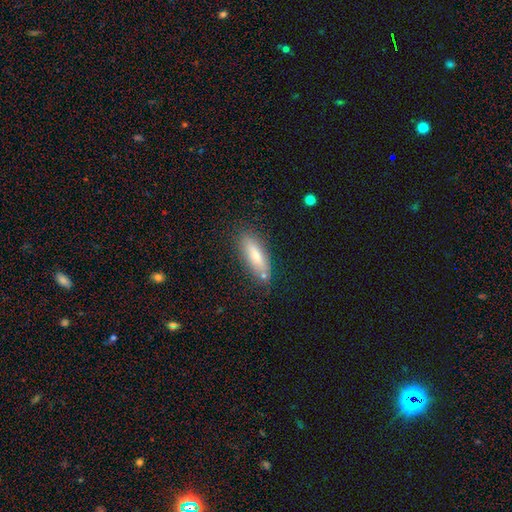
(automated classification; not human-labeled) Morphology: type=smooth (76%); roundness=in between (53%); merging=none (77%).